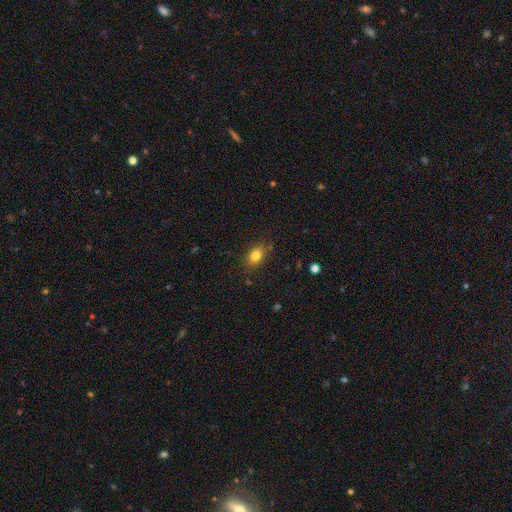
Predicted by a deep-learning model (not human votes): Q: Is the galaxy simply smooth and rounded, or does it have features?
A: smooth — 81%.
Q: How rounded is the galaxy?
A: in between — 79%.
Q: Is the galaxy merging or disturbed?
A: none — 83%.